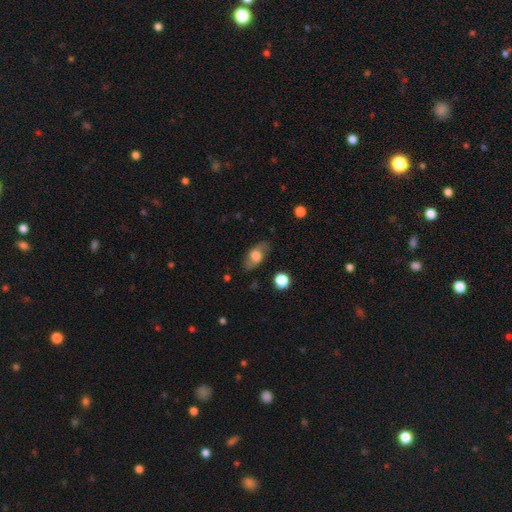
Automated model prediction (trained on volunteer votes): Overall: smooth (54%; featured or disk 38%). How rounded: in between (81%). Merging: none (76%).